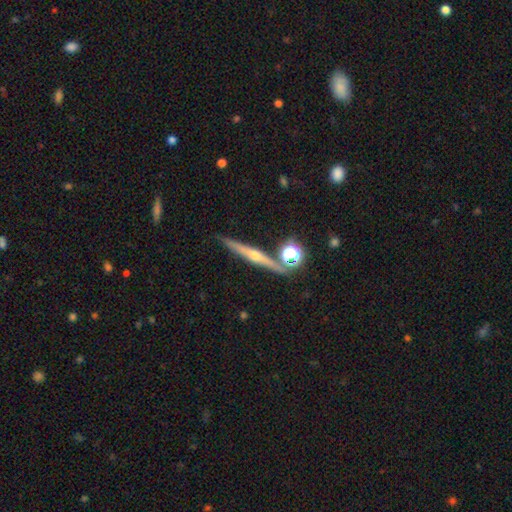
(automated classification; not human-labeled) A featured or disk galaxy (77%) viewed edge-on (97%) with a rounded central bulge (91%). Merging: none (85%).